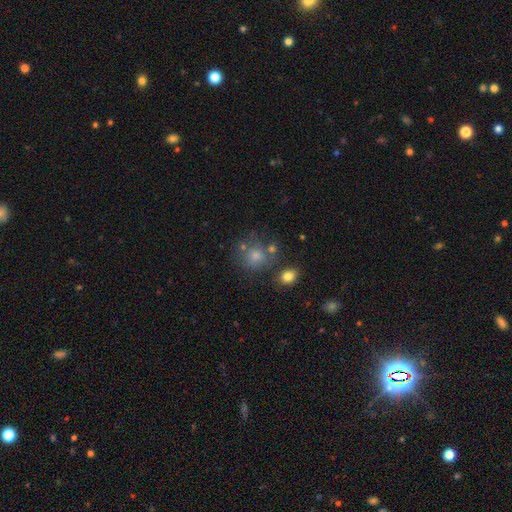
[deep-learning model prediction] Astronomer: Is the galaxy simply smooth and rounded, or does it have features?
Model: smooth — 65%.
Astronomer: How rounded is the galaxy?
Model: round — 85%.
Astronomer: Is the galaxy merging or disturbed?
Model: none — 68%.